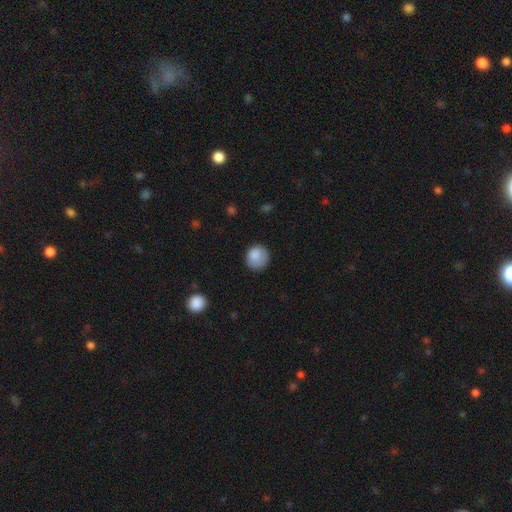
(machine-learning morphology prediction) Q: Smooth or featured?
A: smooth (85%); runner-up: star or artifact (8%)
Q: How rounded?
A: round (86%); runner-up: in between (13%)
Q: Merging?
A: none (75%); runner-up: minor disturbance (18%)